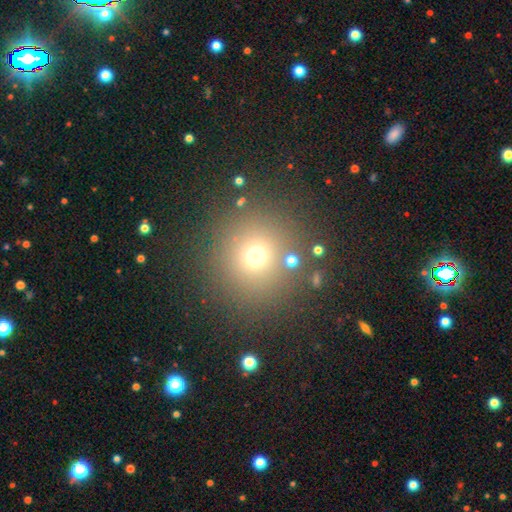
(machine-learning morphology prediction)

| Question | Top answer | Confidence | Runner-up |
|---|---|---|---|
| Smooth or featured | smooth | 67% | star or artifact (23%) |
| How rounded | round | 93% | in between (6%) |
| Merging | none | 84% | minor disturbance (8%) |